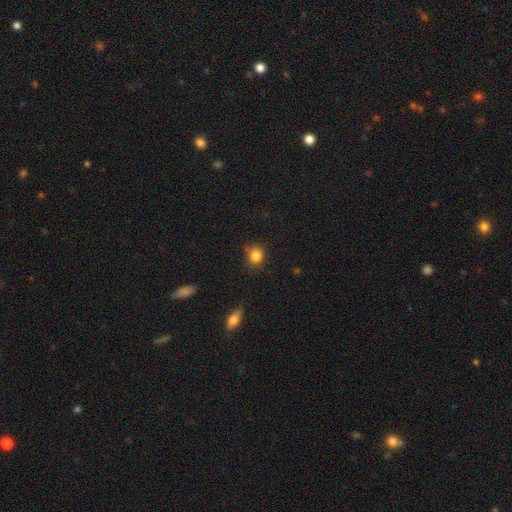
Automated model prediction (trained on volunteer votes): smooth_or_featured: smooth (p=0.85) [alt: star or artifact p=0.10]
how_rounded: round (p=0.74) [alt: in between p=0.25]
merging: none (p=0.80) [alt: minor disturbance p=0.15]